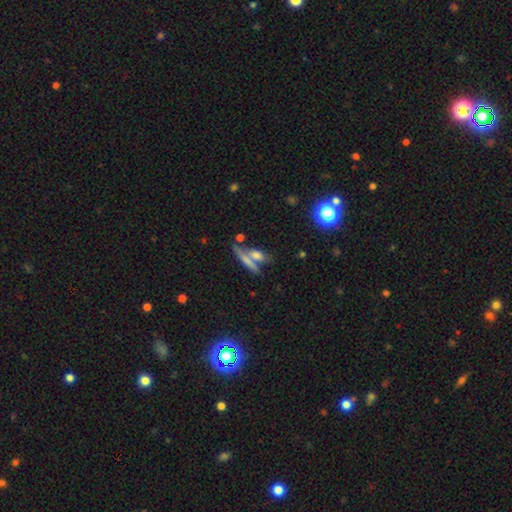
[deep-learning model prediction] Smooth or featured? Predicted: smooth (p=0.65). How rounded? Predicted: cigar-shaped (p=0.59). Merging? Predicted: none (p=0.46).